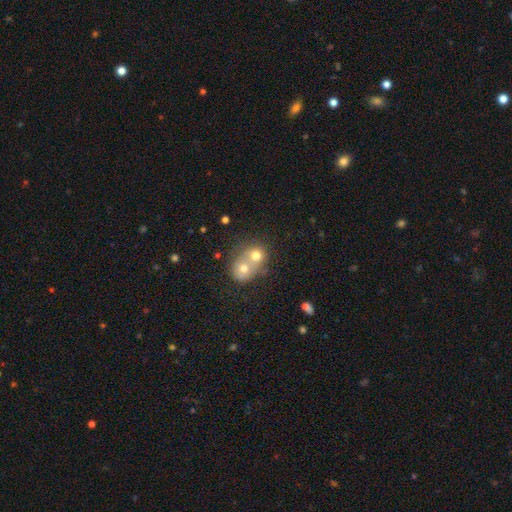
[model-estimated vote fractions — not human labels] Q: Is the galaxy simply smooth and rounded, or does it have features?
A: smooth — 66%.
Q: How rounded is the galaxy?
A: round — 70%.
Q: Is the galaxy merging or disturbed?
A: merger — 71%.